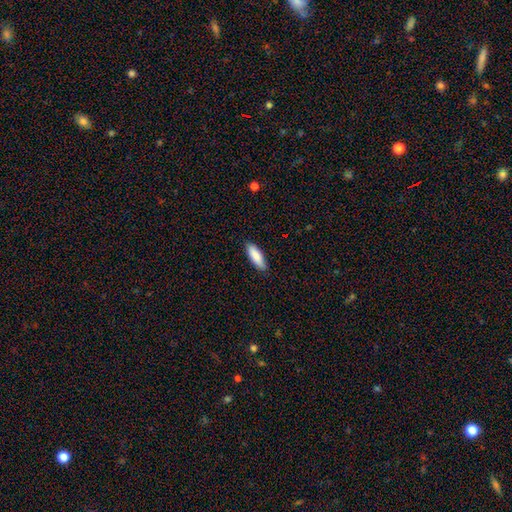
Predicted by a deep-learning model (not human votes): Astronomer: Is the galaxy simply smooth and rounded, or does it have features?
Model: smooth — 86%.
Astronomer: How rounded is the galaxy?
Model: in between — 59% (runner-up: cigar-shaped, 40%).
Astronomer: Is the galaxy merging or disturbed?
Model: none — 87%.